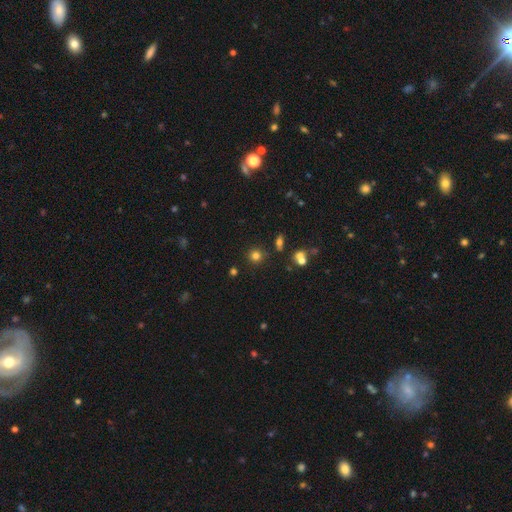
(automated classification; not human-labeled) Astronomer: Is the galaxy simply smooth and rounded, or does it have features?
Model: smooth — 77%.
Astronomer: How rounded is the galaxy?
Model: round — 91%.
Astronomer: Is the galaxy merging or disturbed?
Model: none — 84%.